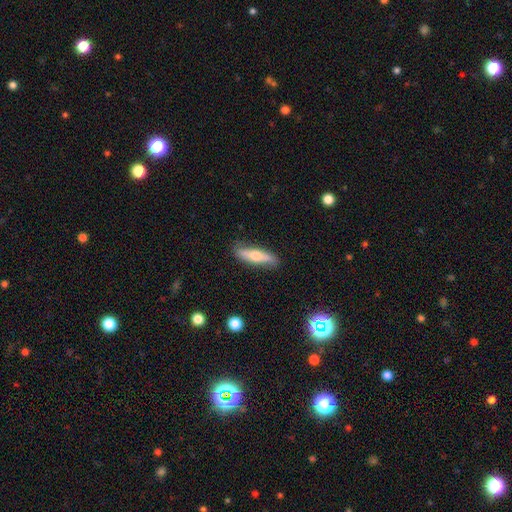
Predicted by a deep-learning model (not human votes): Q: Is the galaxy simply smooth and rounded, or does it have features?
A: smooth — 52%.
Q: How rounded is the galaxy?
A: cigar-shaped — 71%.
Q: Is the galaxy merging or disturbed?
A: none — 83%.